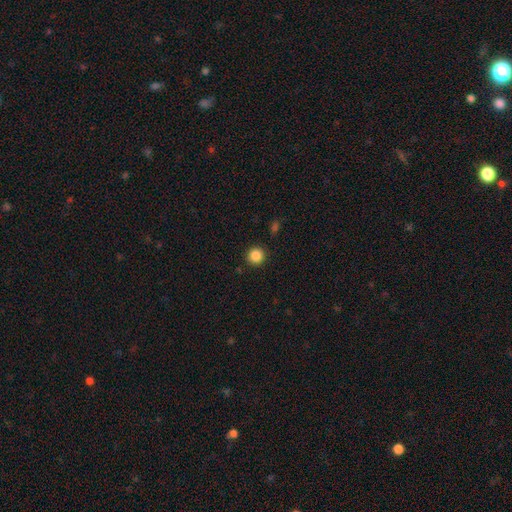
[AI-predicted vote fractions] Overall: smooth (86%). How rounded: round (95%). Merging: none (91%).